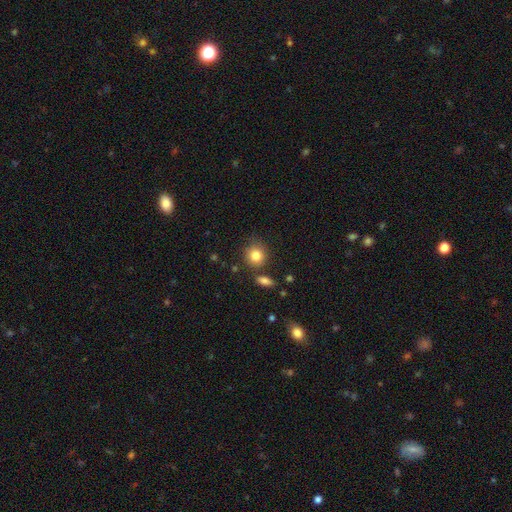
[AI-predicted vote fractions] Smooth or featured: smooth — 83% (star or artifact — 10%)
How rounded: round — 85% (in between — 14%)
Merging: none — 76% (minor disturbance — 13%)